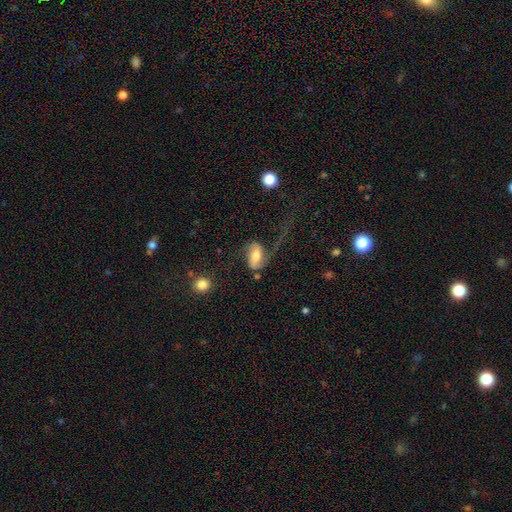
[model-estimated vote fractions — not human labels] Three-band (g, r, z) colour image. It shows a featured or disk galaxy (53%). Merging: major disturbance (43%).